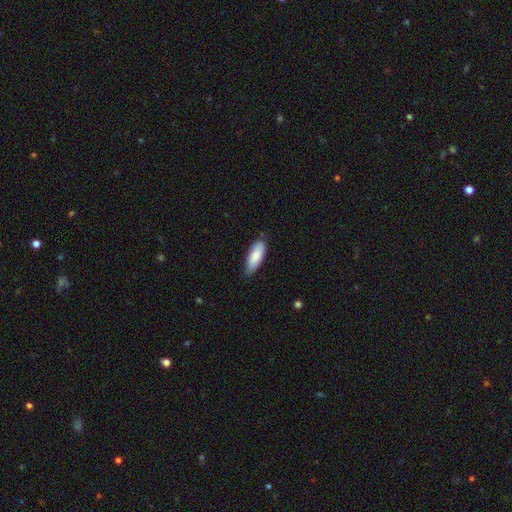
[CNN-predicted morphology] type=smooth (84%); roundness=in between (73%); merging=none (74%).